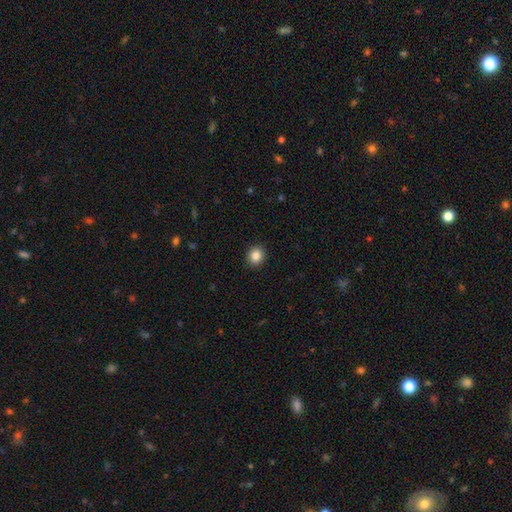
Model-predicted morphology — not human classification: Smooth or featured? Predicted: smooth (p=0.86). How rounded? Predicted: round (p=0.79). Merging? Predicted: none (p=0.92).